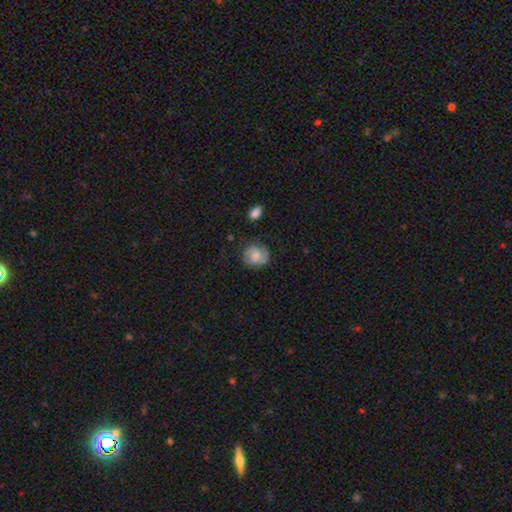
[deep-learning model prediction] smooth-or-featured: smooth: 55% | featured or disk: 38% | star or artifact: 8%
  how-rounded: round: 78% | in between: 21% | cigar-shaped: 1%
  merging: none: 70% | minor disturbance: 21% | major disturbance: 7% | merger: 2%